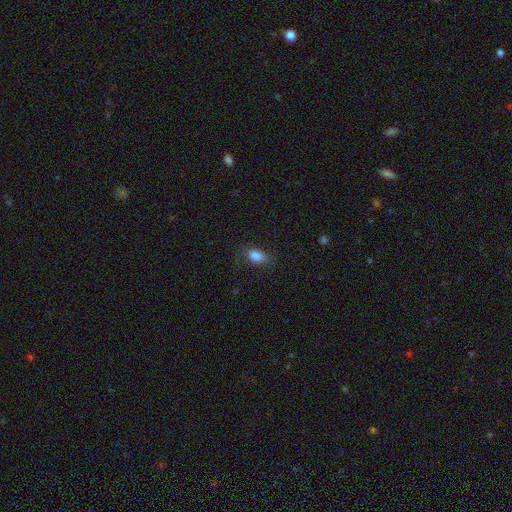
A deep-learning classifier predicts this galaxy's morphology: smooth-or-featured: smooth: 84% | star or artifact: 9% | featured or disk: 7%
  how-rounded: in between: 84% | round: 14% | cigar-shaped: 2%
  merging: none: 74% | minor disturbance: 18% | major disturbance: 7% | merger: 1%